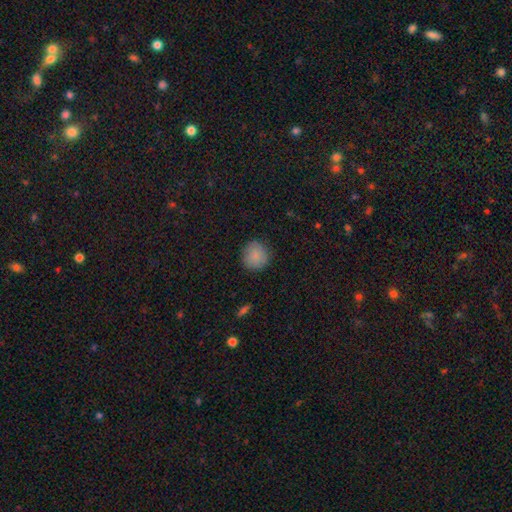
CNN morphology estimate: type=smooth (85%); roundness=round (91%); merging=none (86%).